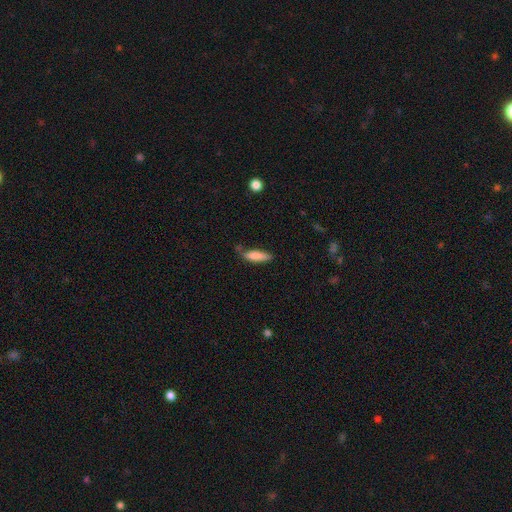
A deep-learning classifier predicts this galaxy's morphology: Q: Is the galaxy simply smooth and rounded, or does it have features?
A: smooth — 82%.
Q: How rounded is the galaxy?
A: cigar-shaped — 63%.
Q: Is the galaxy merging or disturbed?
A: none — 65%.